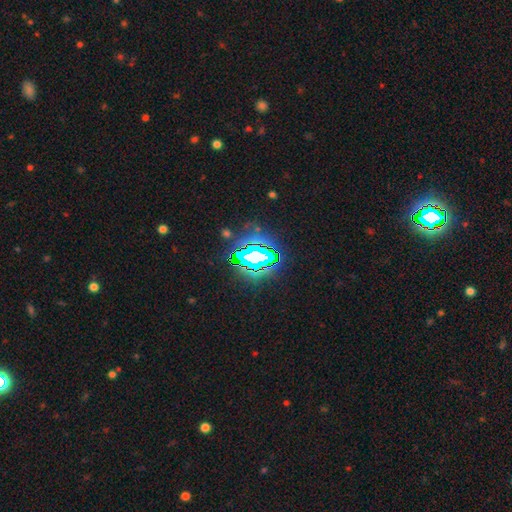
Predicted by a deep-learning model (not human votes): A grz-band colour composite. It shows a star or artifact, not a galaxy (72%).